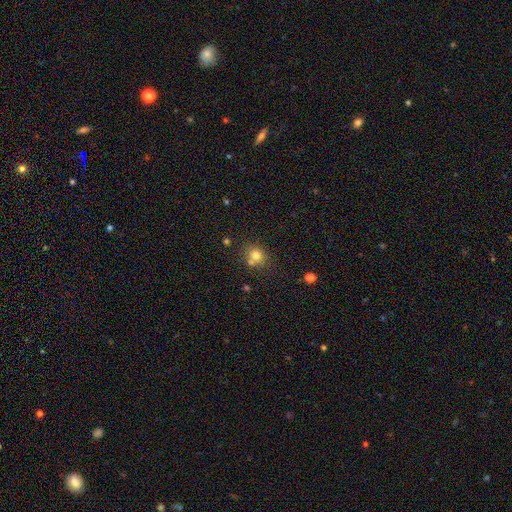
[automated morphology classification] Overall: smooth (75%). How rounded: round (82%). Merging: none (62%; merger 24%).